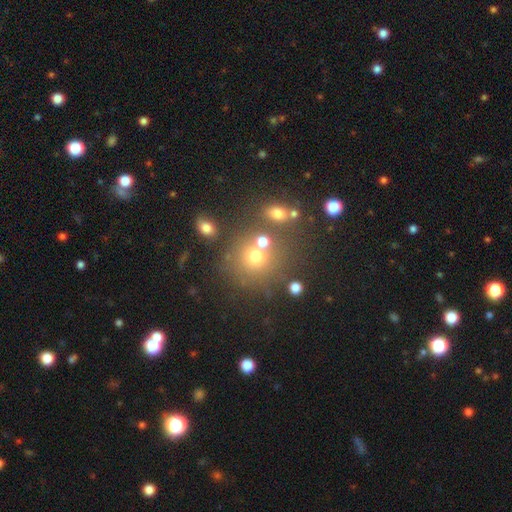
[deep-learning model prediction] The model was most divided on "merging": none: 60%, merger: 24%, minor disturbance: 11%, major disturbance: 5%. More confident: how rounded — round (86%); smooth or featured — smooth (66%).